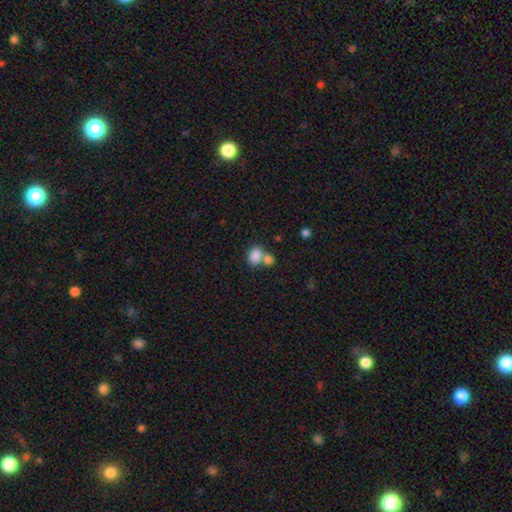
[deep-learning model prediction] Q: Smooth or featured?
A: smooth (84%); runner-up: star or artifact (9%)
Q: How rounded?
A: in between (52%); runner-up: round (47%)
Q: Merging?
A: merger (48%); runner-up: none (39%)